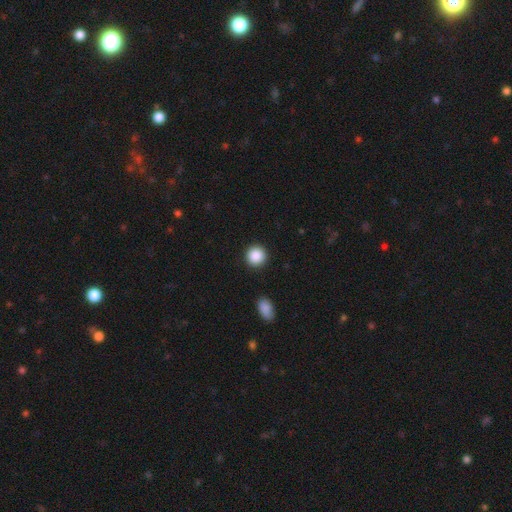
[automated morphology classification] Overall: smooth (89%). How rounded: round (94%). Merging: none (91%).